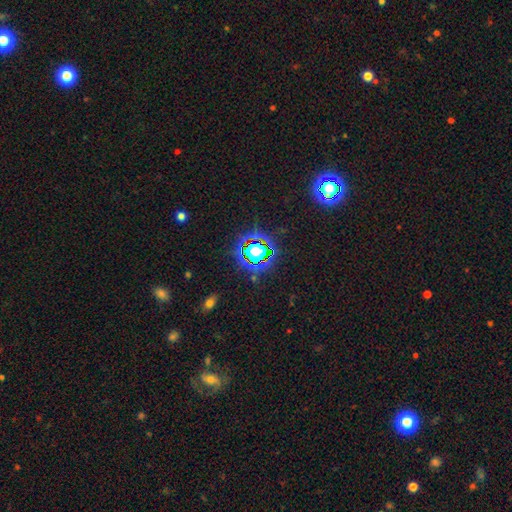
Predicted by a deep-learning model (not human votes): This is likely a star or artifact rather than a galaxy (79%).